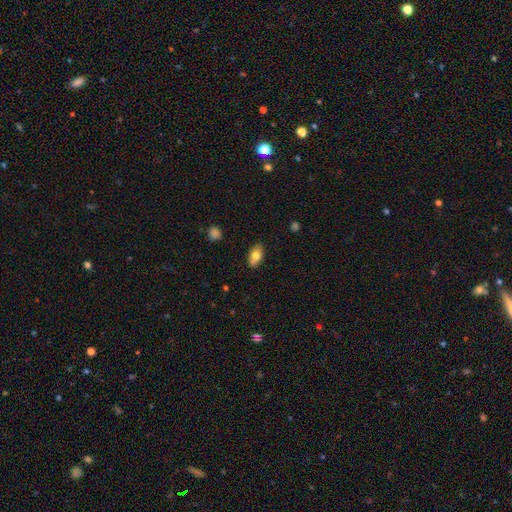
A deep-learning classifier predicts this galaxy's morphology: smooth_or_featured: smooth (p=0.75) [alt: featured or disk p=0.17]
how_rounded: in between (p=0.88) [alt: round p=0.08]
merging: none (p=0.74) [alt: minor disturbance p=0.16]